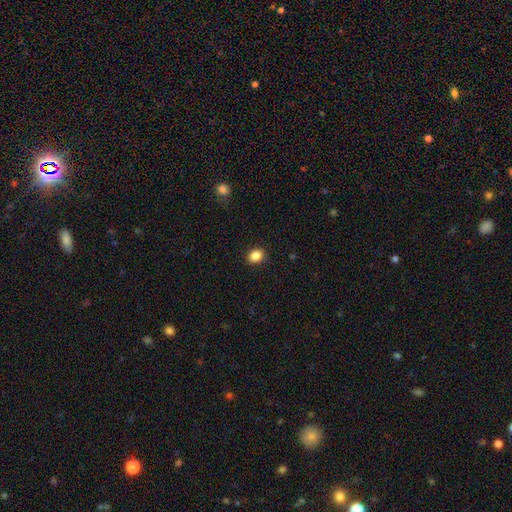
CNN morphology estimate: Overall: smooth (86%). How rounded: in between (53%; round 46%). Merging: none (90%).